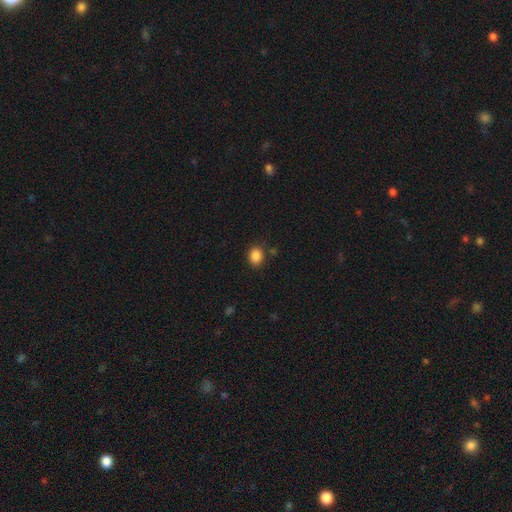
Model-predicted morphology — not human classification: Smooth or featured?
  - smooth: 87% *
  - star or artifact: 10%
  - featured or disk: 3%
How rounded?
  - round: 52% *
  - in between: 47%
  - cigar-shaped: 1%
Merging?
  - none: 82% *
  - minor disturbance: 11%
  - major disturbance: 3%
  - merger: 3%